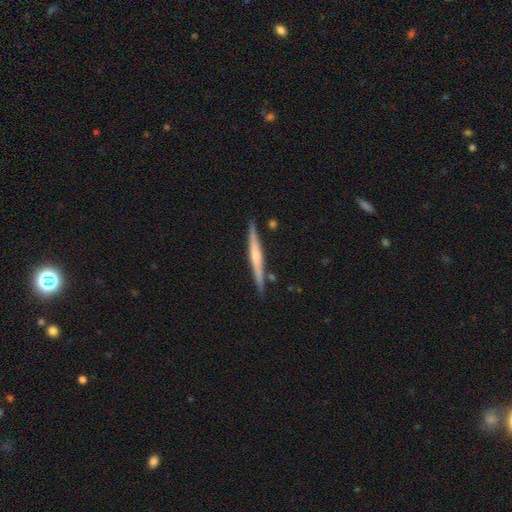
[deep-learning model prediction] Smooth or featured?
  - featured or disk: 66% *
  - smooth: 29%
  - star or artifact: 5%
Edge-on disk?
  - yes: 98% *
  - no: 2%
Edge-on bulge?
  - rounded: 58% *
  - none: 32%
  - boxy: 10%
Merging?
  - none: 87% *
  - minor disturbance: 8%
  - merger: 3%
  - major disturbance: 2%